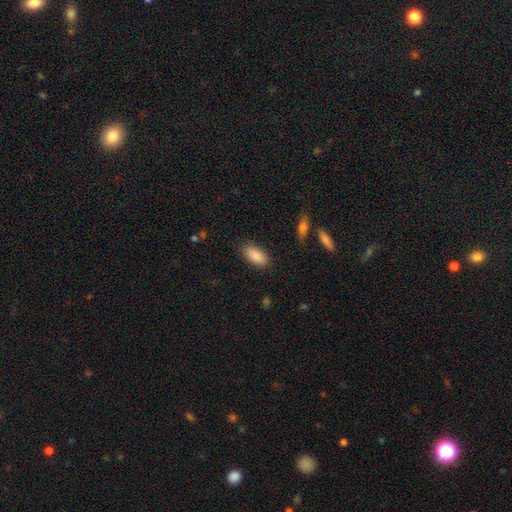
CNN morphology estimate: type=smooth (89%); roundness=in between (90%); merging=none (85%).